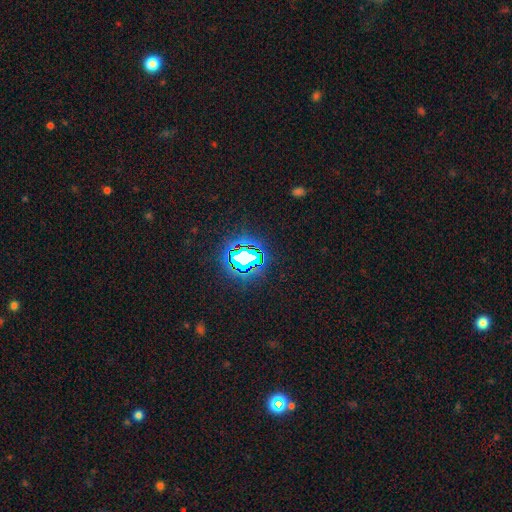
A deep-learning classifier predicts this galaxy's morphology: This is clearly a star or artifact rather than a galaxy (83%).